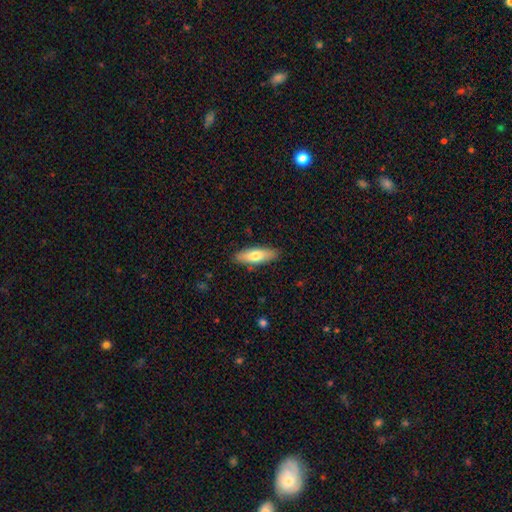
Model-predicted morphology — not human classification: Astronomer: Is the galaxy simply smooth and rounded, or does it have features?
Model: smooth — 73%.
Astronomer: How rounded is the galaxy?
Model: in between — 52% (runner-up: cigar-shaped, 46%).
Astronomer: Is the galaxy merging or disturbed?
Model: none — 86%.